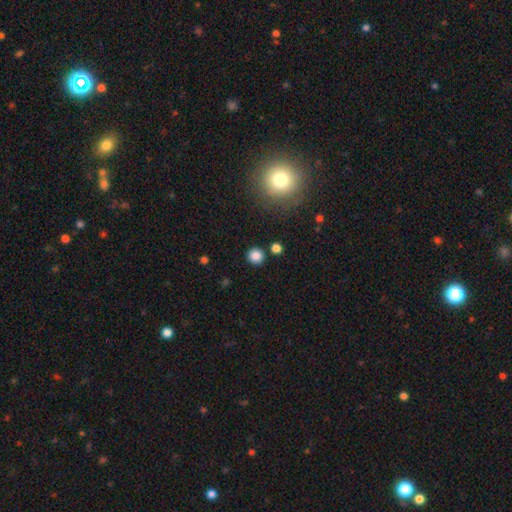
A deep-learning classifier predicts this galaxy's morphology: A smooth galaxy with no disk features (84%) that is round (92%).

Vote fractions:
- Smooth or featured? smooth: 84% / star or artifact: 12% / featured or disk: 4%
- How rounded? round: 92% / in between: 7% / cigar-shaped: 1%
- Merging? none: 87% / minor disturbance: 6% / merger: 5% / major disturbance: 2%